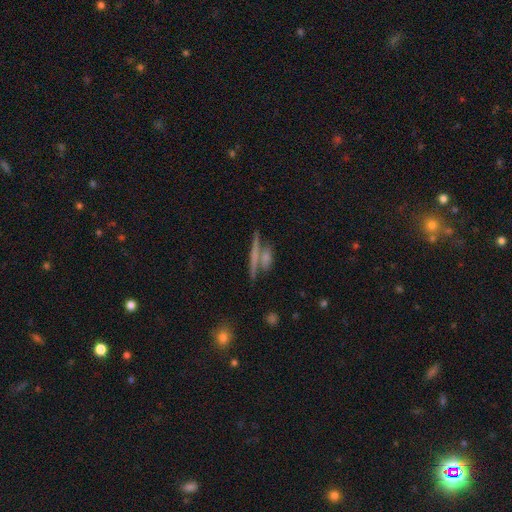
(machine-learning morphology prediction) A smooth galaxy with no disk features (46%). Merging: none (56%).